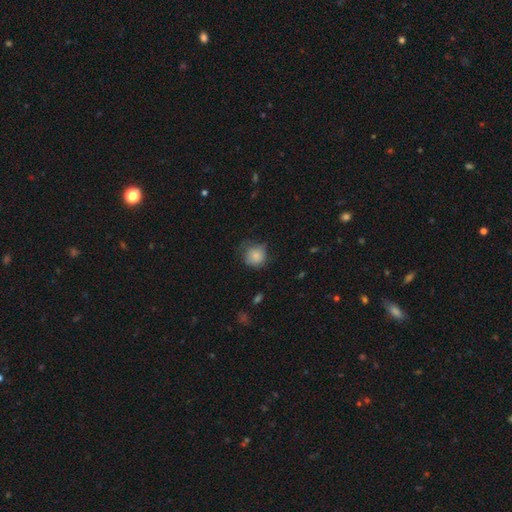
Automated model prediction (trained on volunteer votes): A smooth galaxy with no disk features (82%) that is round (87%). Merging: none (60%).